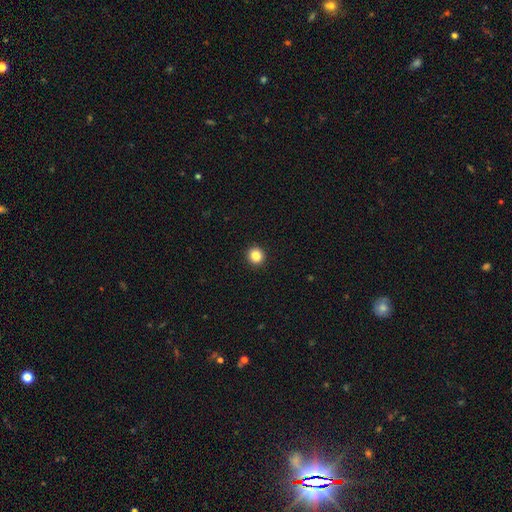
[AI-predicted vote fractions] This appears to be a smooth galaxy with no disk features (85%) that is round (93%). Merging: none (94%).